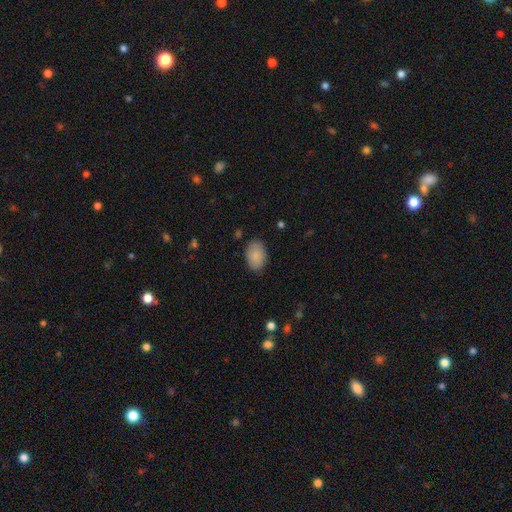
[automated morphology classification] smooth_or_featured: smooth (p=0.87) [alt: featured or disk p=0.07]
how_rounded: in between (p=0.89) [alt: round p=0.10]
merging: none (p=0.83) [alt: minor disturbance p=0.13]